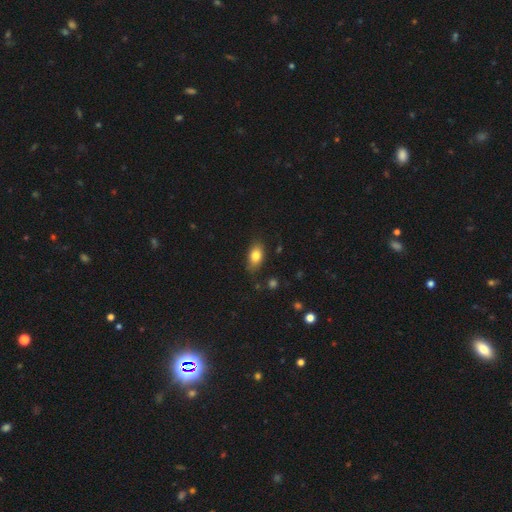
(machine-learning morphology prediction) This is clearly a smooth galaxy (81%). How rounded: clearly in between (85%). Merging: likely none (79%).